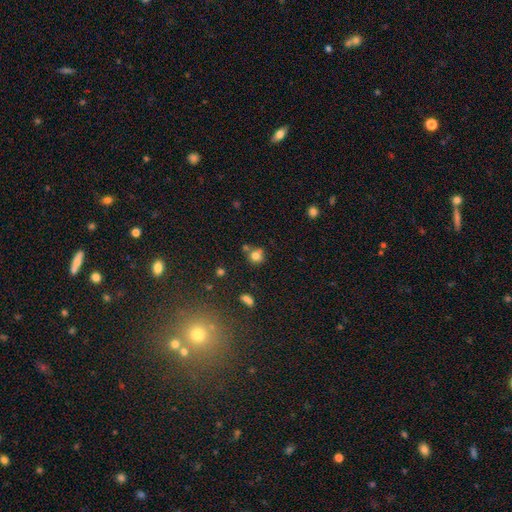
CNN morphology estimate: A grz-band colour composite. It shows a smooth galaxy with no disk features (77%) that is round (87%). Merging: none (62%).